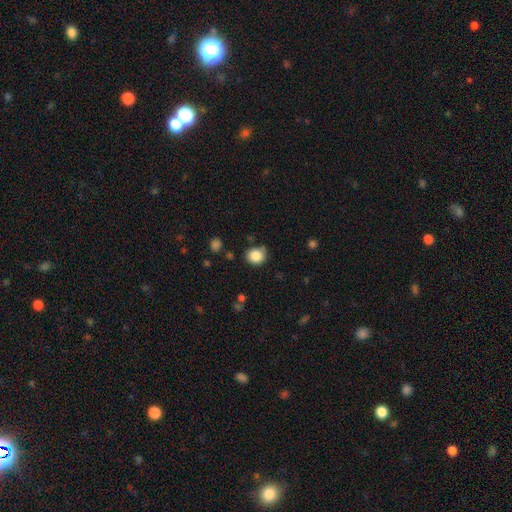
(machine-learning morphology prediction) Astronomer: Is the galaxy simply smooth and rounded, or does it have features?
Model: smooth — 85%.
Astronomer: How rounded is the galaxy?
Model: round — 80%.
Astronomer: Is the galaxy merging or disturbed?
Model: none — 77%.